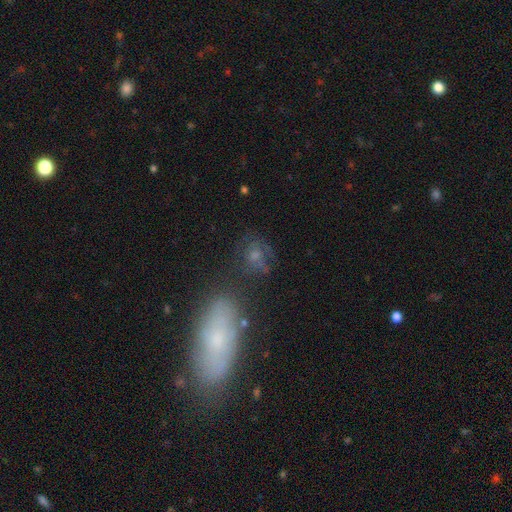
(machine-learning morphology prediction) smooth 45%, featured or disk 33%, star or artifact 22%. Down the decision tree: merging — none (49%).